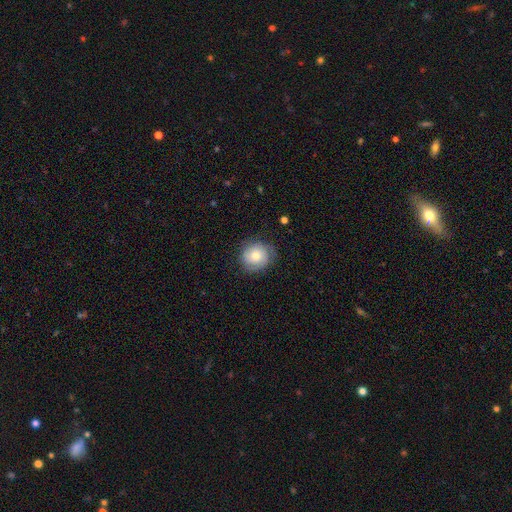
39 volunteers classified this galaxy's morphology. smooth-or-featured: smooth: 54% | featured or disk: 38% | star or artifact: 8%
  how-rounded: round: 95% | in between: 5% | cigar-shaped: 0%
  merging: none: 61% | minor disturbance: 28% | major disturbance: 8% | merger: 3%